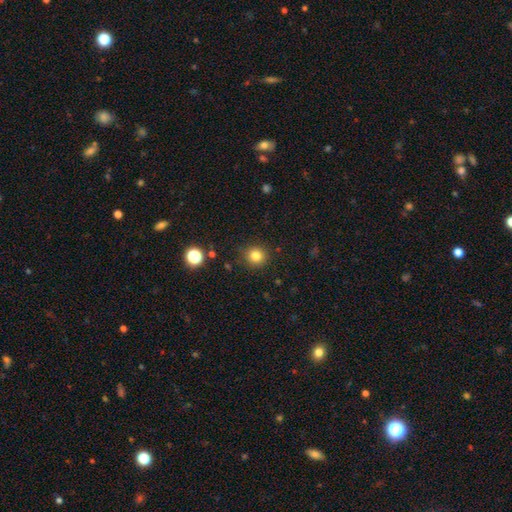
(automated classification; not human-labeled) This is clearly a smooth galaxy (82%). How rounded: clearly round (92%). Merging: clearly none (89%).